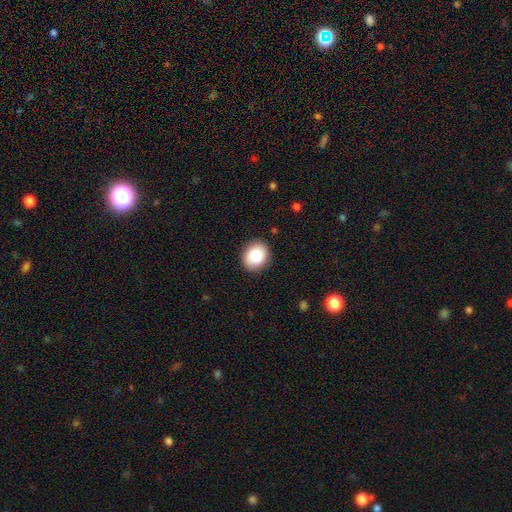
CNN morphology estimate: Smooth or featured: smooth — 84% (featured or disk — 8%)
How rounded: round — 59% (in between — 40%)
Merging: none — 88% (minor disturbance — 8%)